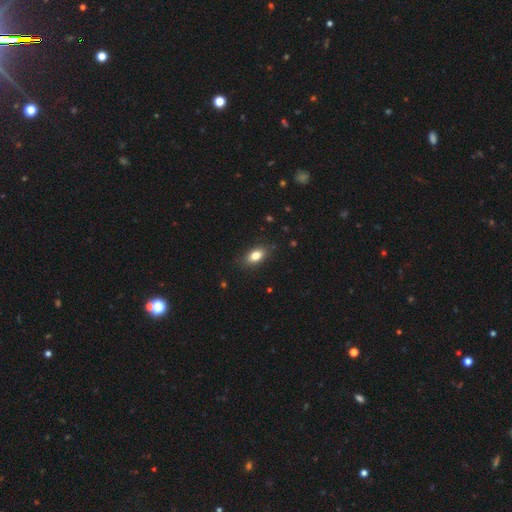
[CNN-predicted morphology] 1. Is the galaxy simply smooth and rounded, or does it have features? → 83% smooth, 9% featured or disk, 8% star or artifact.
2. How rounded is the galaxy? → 87% in between, 9% round, 4% cigar-shaped.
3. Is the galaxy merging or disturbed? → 85% none, 11% minor disturbance, 3% major disturbance, 1% merger.